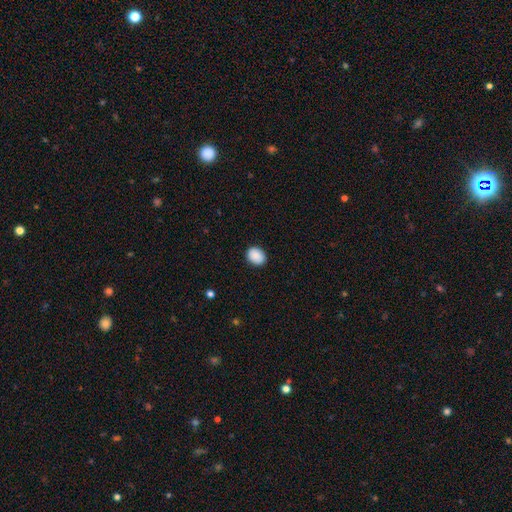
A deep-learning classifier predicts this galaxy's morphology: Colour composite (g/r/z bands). It shows a smooth galaxy with no disk features (90%) that is in between round and cigar-shaped (55%). Merging: none (89%).